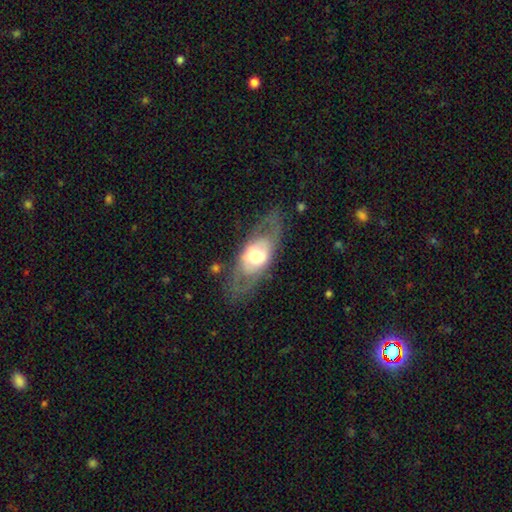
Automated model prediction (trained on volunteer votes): A featured or disk galaxy (60%). Merging: none (70%).